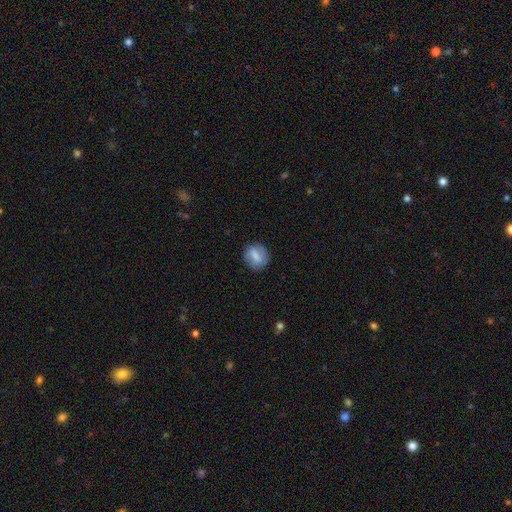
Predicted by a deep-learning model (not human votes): smooth 65%, featured or disk 26%, star or artifact 8%. Down the decision tree: how rounded — round (66%); merging — none (82%).